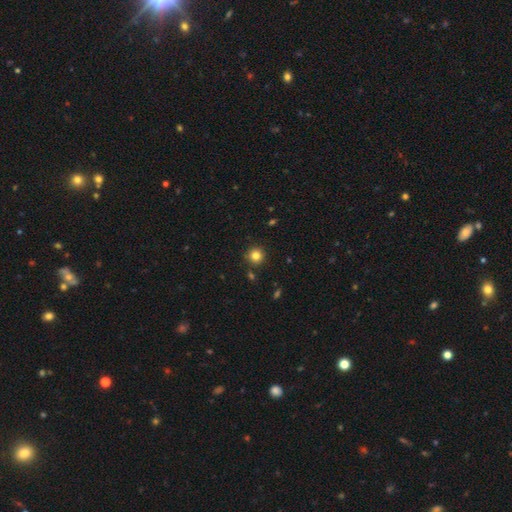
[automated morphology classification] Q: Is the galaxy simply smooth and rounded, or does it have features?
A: smooth — 82%.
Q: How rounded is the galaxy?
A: round — 95%.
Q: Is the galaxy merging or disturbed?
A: none — 89%.